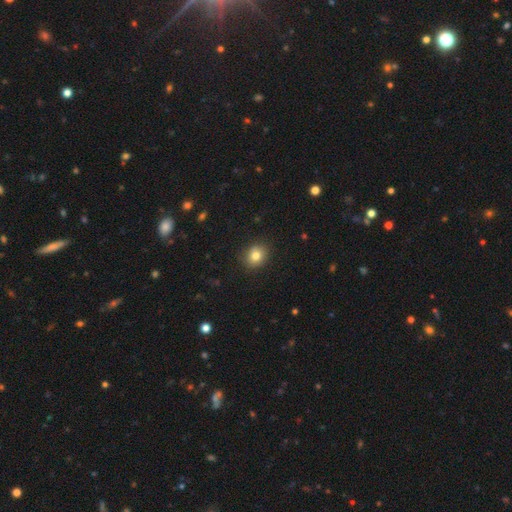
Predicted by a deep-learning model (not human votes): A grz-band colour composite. It shows a smooth galaxy with no disk features (81%) that is round (69%). Merging: none (88%).